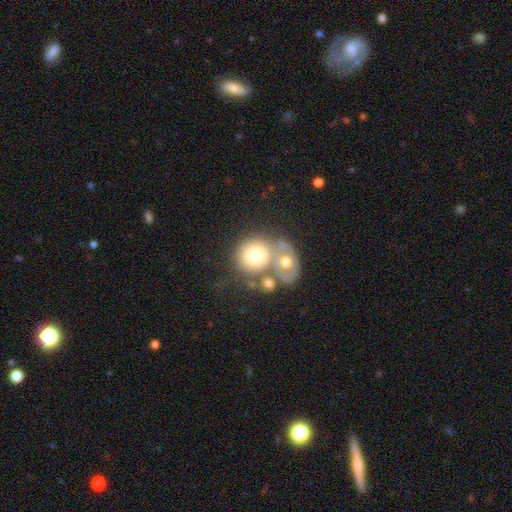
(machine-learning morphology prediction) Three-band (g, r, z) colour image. It shows a smooth galaxy with no disk features (64%) that is round (81%). Merging: merger (47%).